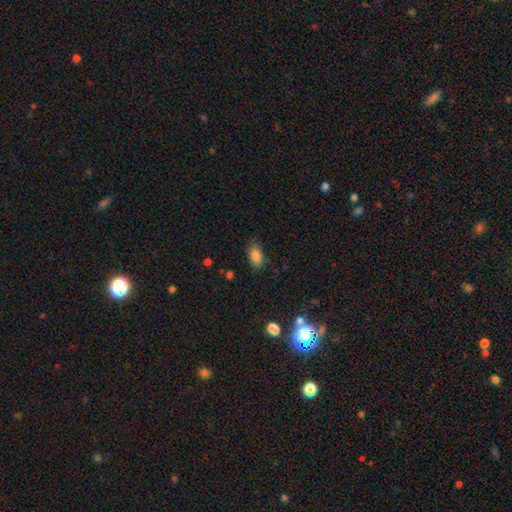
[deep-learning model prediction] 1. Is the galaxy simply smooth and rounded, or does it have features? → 84% smooth, 10% star or artifact, 6% featured or disk.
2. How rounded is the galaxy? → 90% in between, 6% round, 3% cigar-shaped.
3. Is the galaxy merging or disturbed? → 82% none, 13% minor disturbance, 3% major disturbance, 1% merger.